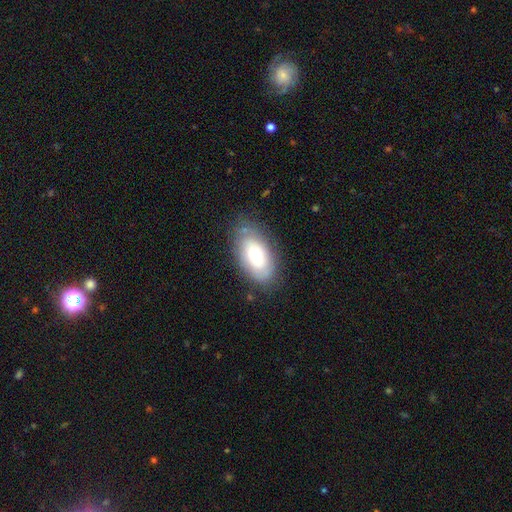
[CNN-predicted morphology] Smooth or featured: smooth — 65% (featured or disk — 28%)
How rounded: in between — 93% (round — 4%)
Merging: none — 73% (minor disturbance — 19%)